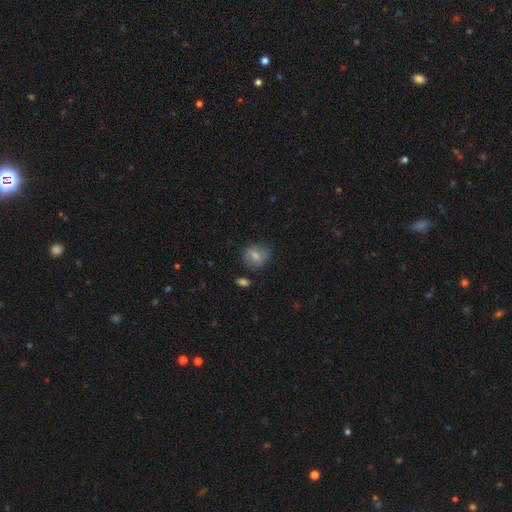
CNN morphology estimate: Smooth or featured? Predicted: smooth (p=0.75). How rounded? Predicted: round (p=0.76). Merging? Predicted: none (p=0.78).